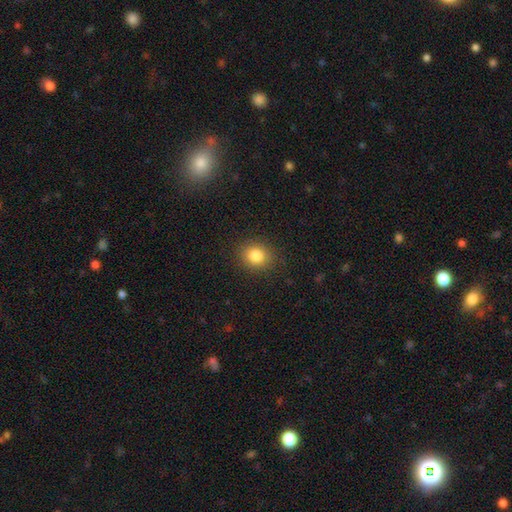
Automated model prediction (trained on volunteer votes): smooth_or_featured: smooth (p=0.83) [alt: star or artifact p=0.11]
how_rounded: round (p=0.68) [alt: in between p=0.31]
merging: none (p=0.88) [alt: minor disturbance p=0.08]